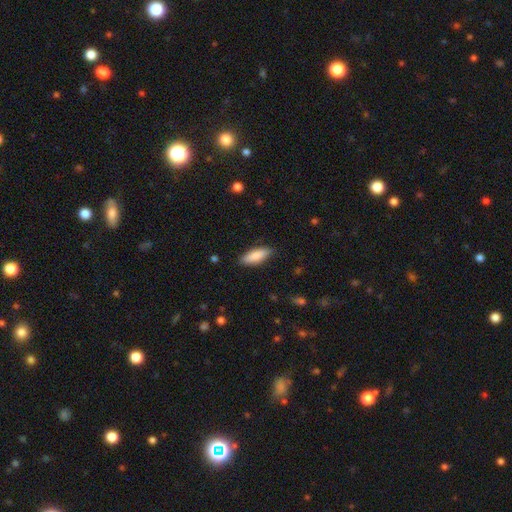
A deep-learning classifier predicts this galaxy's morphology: Q: Smooth or featured?
A: smooth (83%); runner-up: featured or disk (11%)
Q: How rounded?
A: in between (62%); runner-up: cigar-shaped (36%)
Q: Merging?
A: none (87%); runner-up: minor disturbance (10%)